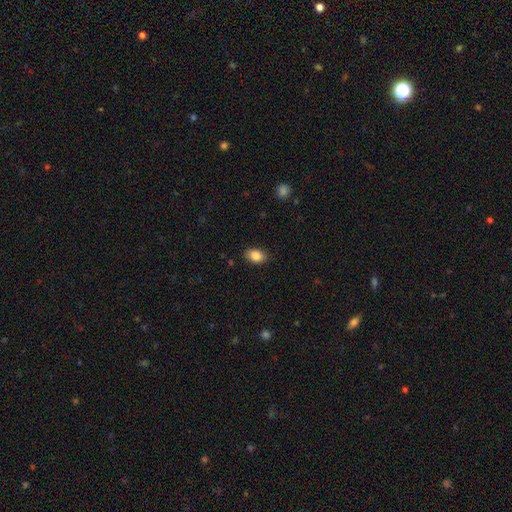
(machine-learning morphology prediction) The model was most divided on "how rounded": in between: 84%, round: 15%, cigar-shaped: 1%. More confident: merging — none (87%); smooth or featured — smooth (86%).